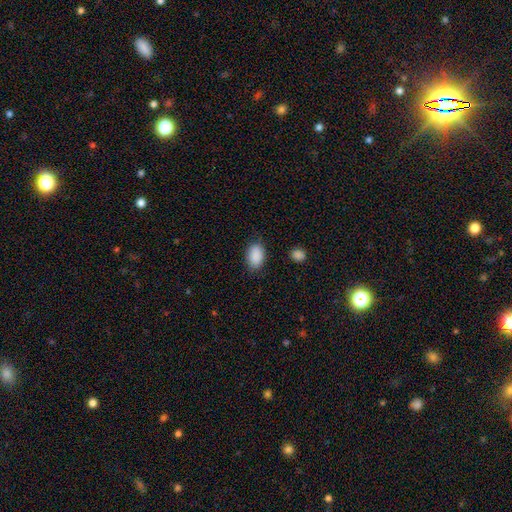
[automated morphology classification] Q: Smooth or featured?
A: smooth (90%); runner-up: star or artifact (7%)
Q: How rounded?
A: in between (90%); runner-up: round (9%)
Q: Merging?
A: none (84%); runner-up: minor disturbance (11%)